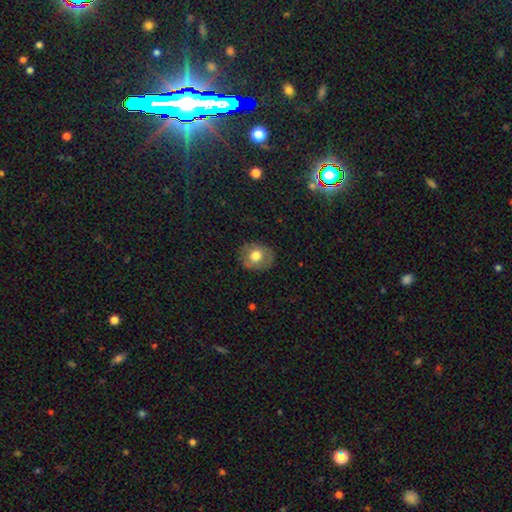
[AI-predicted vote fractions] Smooth or featured? Predicted: smooth (p=0.65). How rounded? Predicted: round (p=0.67). Merging? Predicted: none (p=0.82).